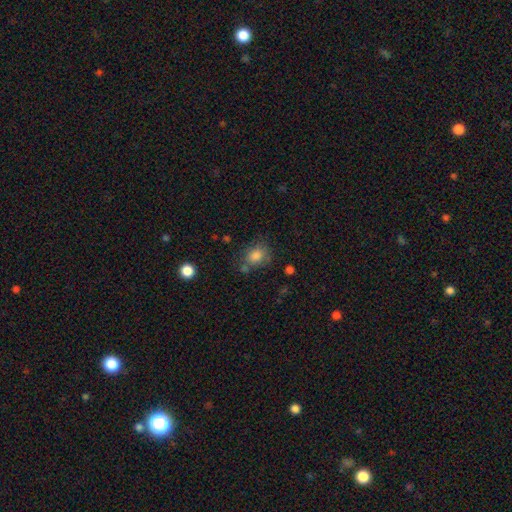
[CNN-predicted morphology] Smooth or featured? smooth (82%)
How rounded? round (59%)
Merging? none (64%)